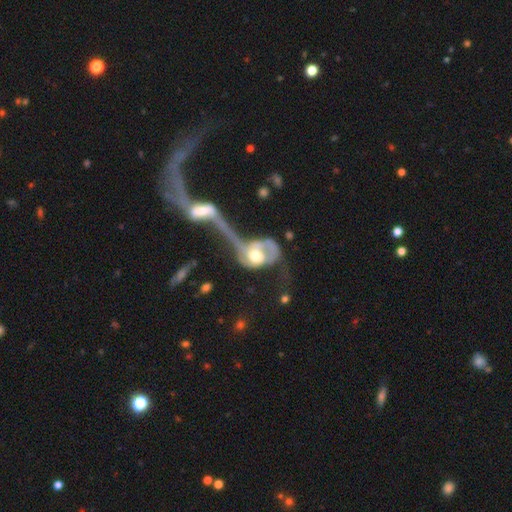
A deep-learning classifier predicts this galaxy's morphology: smooth_or_featured: featured or disk (p=0.65) [alt: smooth p=0.28]
disk_edge_on: no (p=0.94) [alt: yes p=0.06]
bar: no (p=0.70) [alt: weak p=0.22]
has_spiral_arms: yes (p=0.63) [alt: no p=0.37]
bulge_size: moderate (p=0.62) [alt: large p=0.28]
merging: merger (p=0.54) [alt: major disturbance p=0.31]